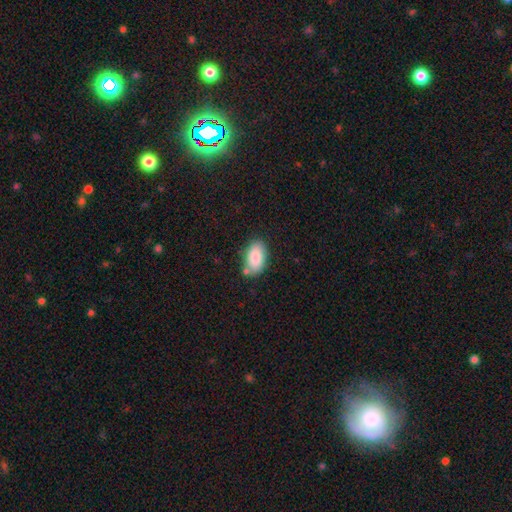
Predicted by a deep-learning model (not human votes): This is clearly a smooth galaxy (85%). How rounded: clearly in between (93%). Merging: likely none (75%).